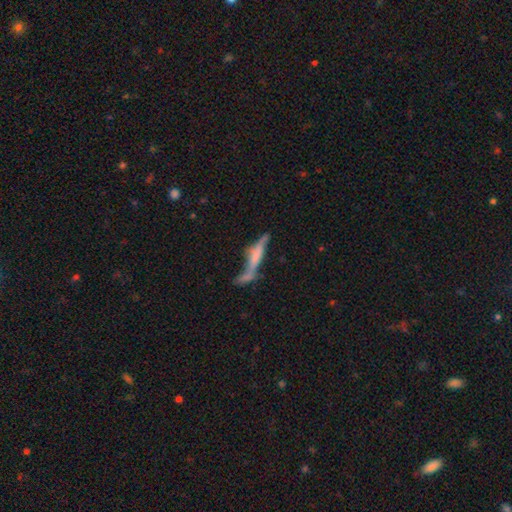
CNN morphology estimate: A featured or disk galaxy (48%). Merging: none (31%).